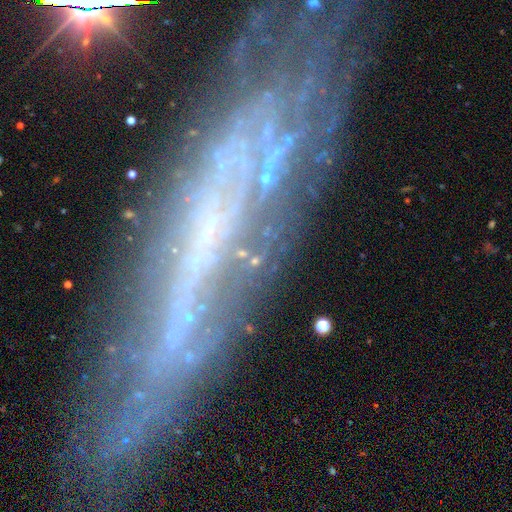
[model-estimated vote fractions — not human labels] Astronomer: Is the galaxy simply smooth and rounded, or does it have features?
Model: featured or disk — 64%.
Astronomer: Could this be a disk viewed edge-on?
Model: no — 69%.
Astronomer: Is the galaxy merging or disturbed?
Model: none — 67%.